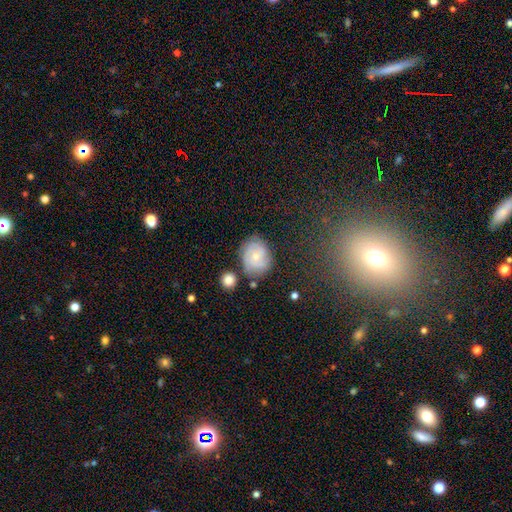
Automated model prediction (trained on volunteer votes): smooth_or_featured: featured or disk (p=0.64) [alt: smooth p=0.27]
disk_edge_on: no (p=0.98) [alt: yes p=0.02]
bar: no (p=0.71) [alt: weak p=0.25]
has_spiral_arms: yes (p=0.92) [alt: no p=0.08]
spiral_winding: tight (p=0.58) [alt: medium p=0.33]
spiral_arm_count: 3 (p=0.32) [alt: can't tell p=0.27]
bulge_size: small (p=0.70) [alt: moderate p=0.25]
merging: none (p=0.71) [alt: minor disturbance p=0.18]